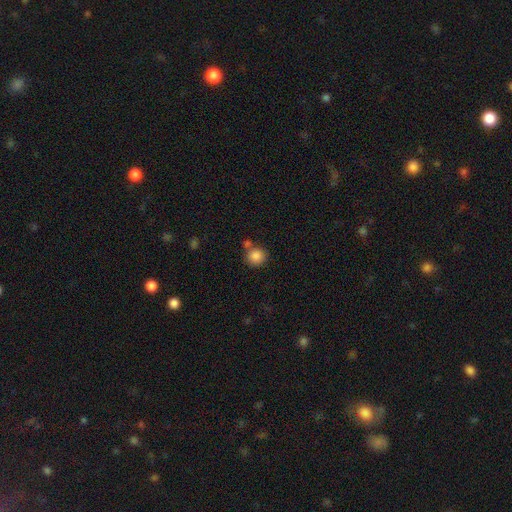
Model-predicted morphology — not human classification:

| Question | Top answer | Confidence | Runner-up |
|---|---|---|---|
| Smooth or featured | smooth | 87% | star or artifact (9%) |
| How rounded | round | 86% | in between (13%) |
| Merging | none | 67% | merger (18%) |